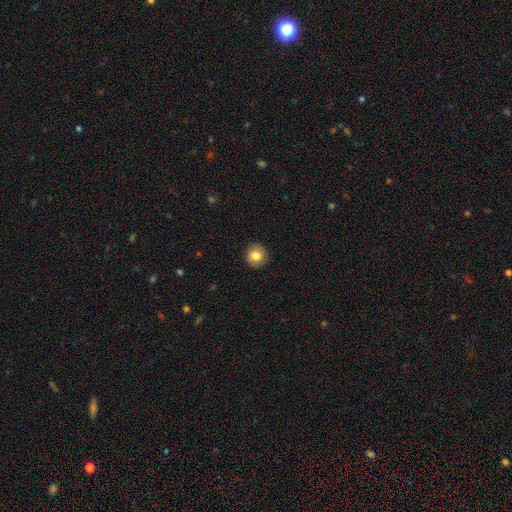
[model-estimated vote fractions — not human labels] smooth 80%, featured or disk 11%, star or artifact 9%. Down the decision tree: how rounded — round (92%); merging — none (90%).